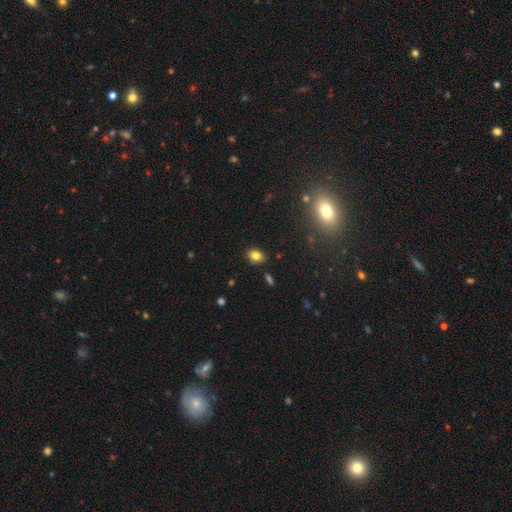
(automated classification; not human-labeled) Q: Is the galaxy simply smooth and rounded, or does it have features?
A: smooth — 80%.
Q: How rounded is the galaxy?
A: in between — 62%.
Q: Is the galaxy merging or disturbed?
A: none — 84%.